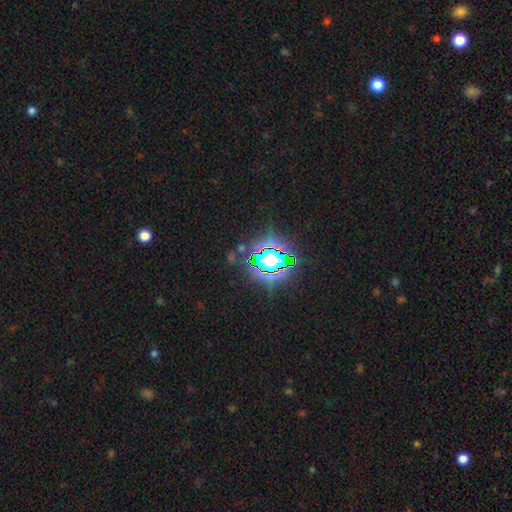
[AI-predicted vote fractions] Smooth or featured?
  - star or artifact: 82% *
  - smooth: 11%
  - featured or disk: 7%